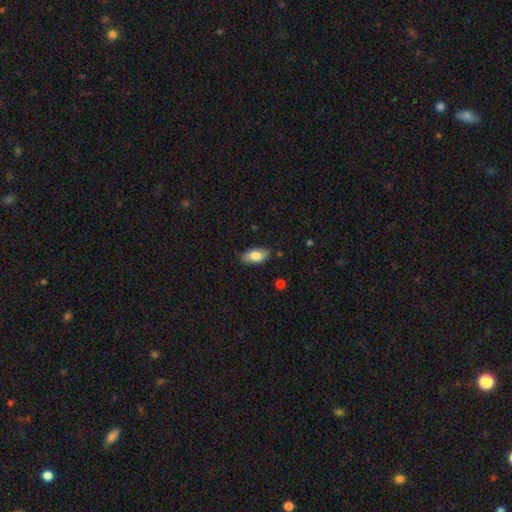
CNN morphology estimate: Overall: smooth (78%). How rounded: in between (91%). Merging: none (85%).